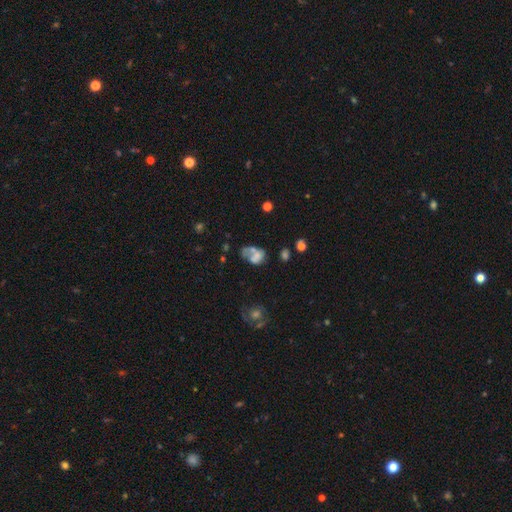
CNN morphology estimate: smooth-or-featured: smooth: 50% | featured or disk: 36% | star or artifact: 14%
  merging: merger: 39% | major disturbance: 24% | none: 22% | minor disturbance: 15%